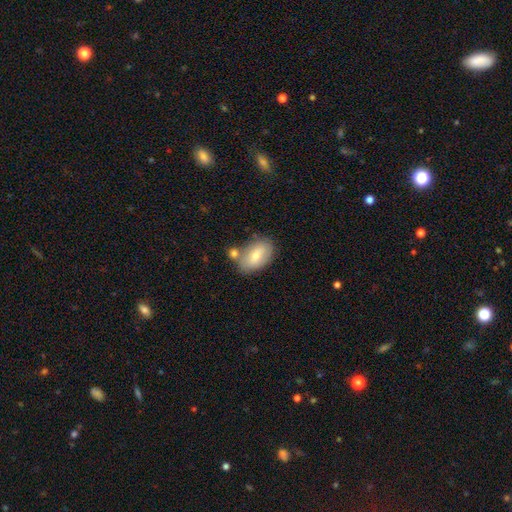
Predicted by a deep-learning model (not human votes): Smooth or featured?
  - smooth: 67% *
  - featured or disk: 26%
  - star or artifact: 7%
How rounded?
  - in between: 88% *
  - round: 10%
  - cigar-shaped: 2%
Merging?
  - none: 56% *
  - merger: 22%
  - minor disturbance: 17%
  - major disturbance: 5%